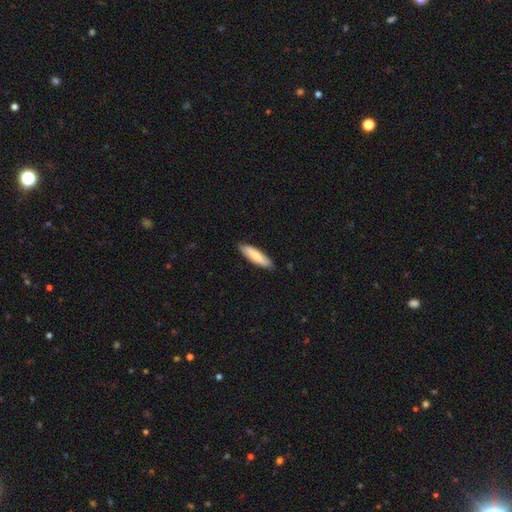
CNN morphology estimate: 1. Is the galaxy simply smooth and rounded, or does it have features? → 72% smooth, 23% featured or disk, 5% star or artifact.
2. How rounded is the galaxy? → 66% cigar-shaped, 32% in between, 2% round.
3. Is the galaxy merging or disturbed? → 88% none, 10% minor disturbance, 2% major disturbance, 1% merger.